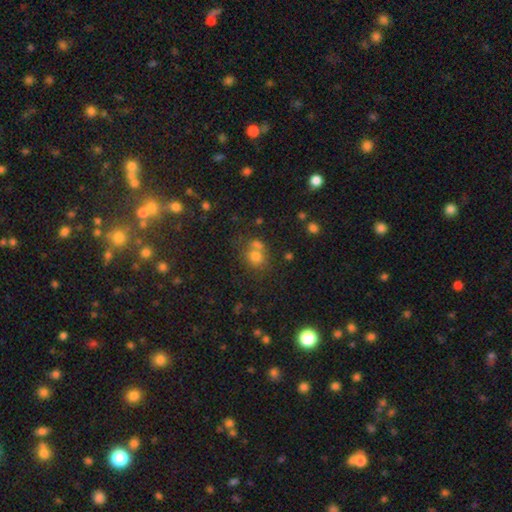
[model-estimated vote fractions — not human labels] smooth_or_featured: smooth (p=0.67) [alt: star or artifact p=0.21]
how_rounded: round (p=0.76) [alt: in between p=0.23]
merging: none (p=0.50) [alt: merger p=0.36]